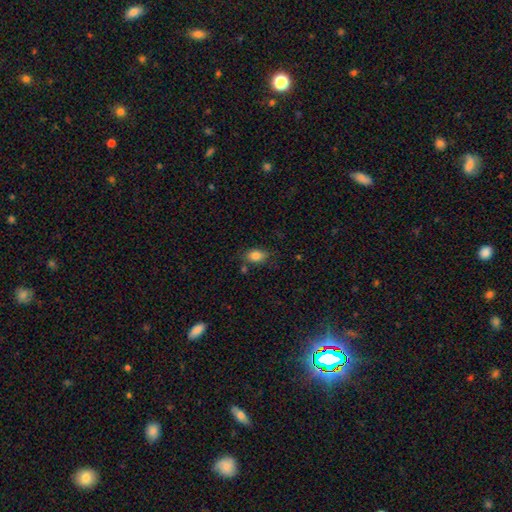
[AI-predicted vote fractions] Morphology: type=smooth (84%); roundness=in between (81%); merging=none (72%).